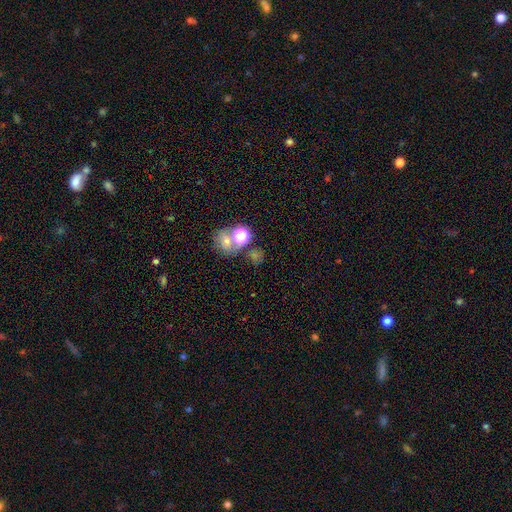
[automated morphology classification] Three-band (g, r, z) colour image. It shows a smooth galaxy with no disk features (54%) that is round (76%). Merging: none (57%).